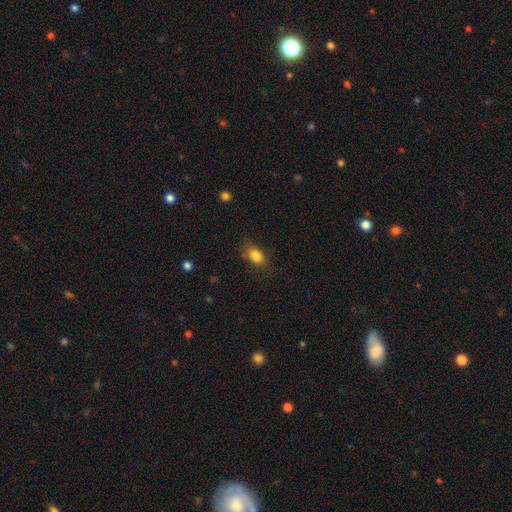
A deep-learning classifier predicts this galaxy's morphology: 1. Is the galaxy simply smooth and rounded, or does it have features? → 84% smooth, 9% star or artifact, 7% featured or disk.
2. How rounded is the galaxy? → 83% in between, 14% round, 3% cigar-shaped.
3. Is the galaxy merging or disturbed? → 76% none, 17% minor disturbance, 5% major disturbance, 2% merger.